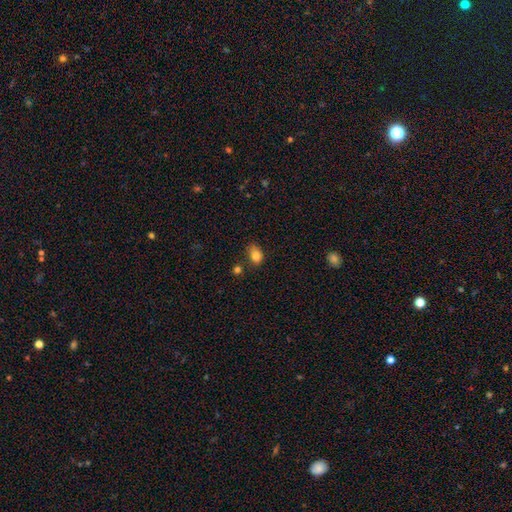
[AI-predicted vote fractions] Overall: smooth (82%). How rounded: in between (70%). Merging: none (63%; minor disturbance 26%).